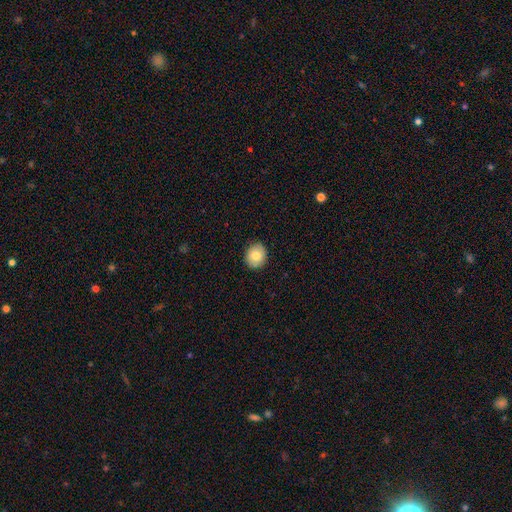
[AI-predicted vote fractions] This is likely a smooth galaxy (79%). How rounded: likely round (66%). Merging: clearly none (89%).